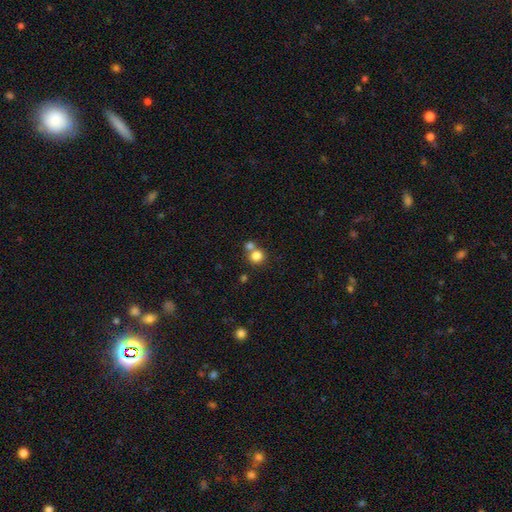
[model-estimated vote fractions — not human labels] Morphology: type=smooth (81%); roundness=round (84%); merging=none (51%).